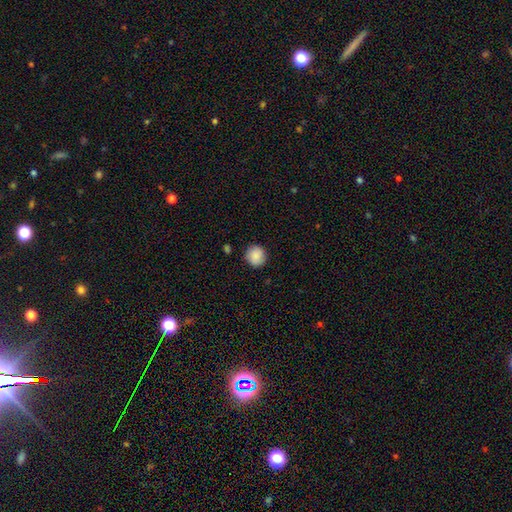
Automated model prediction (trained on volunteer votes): Smooth or featured? smooth (88%)
How rounded? round (91%)
Merging? none (88%)